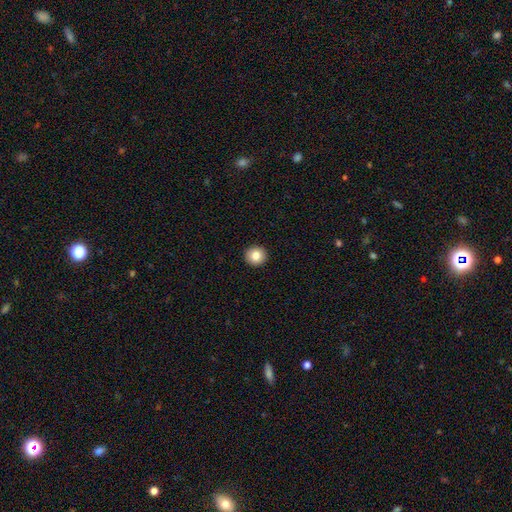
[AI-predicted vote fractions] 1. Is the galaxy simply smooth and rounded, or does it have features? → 84% smooth, 9% star or artifact, 7% featured or disk.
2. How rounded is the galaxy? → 95% round, 4% in between, 1% cigar-shaped.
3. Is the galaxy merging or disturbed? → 94% none, 4% minor disturbance, 1% major disturbance, 1% merger.